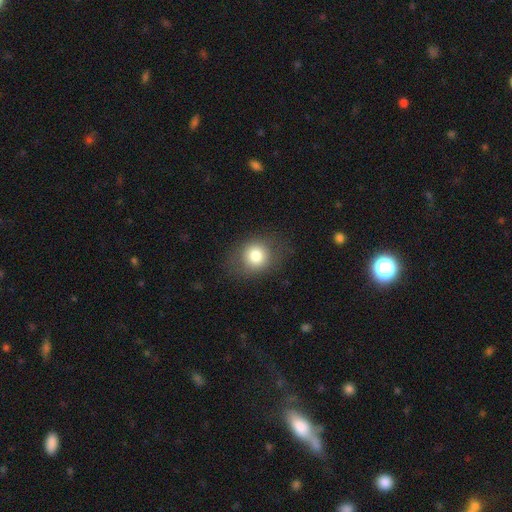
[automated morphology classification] Q: Smooth or featured?
A: smooth (79%); runner-up: featured or disk (11%)
Q: How rounded?
A: round (72%); runner-up: in between (27%)
Q: Merging?
A: none (77%); runner-up: minor disturbance (15%)